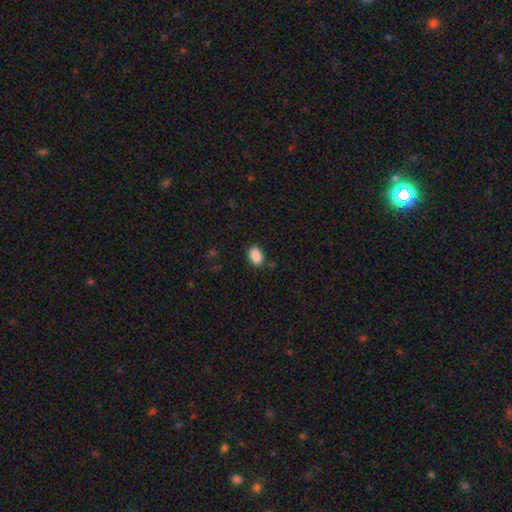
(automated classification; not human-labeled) smooth_or_featured: smooth (p=0.89) [alt: star or artifact p=0.08]
how_rounded: in between (p=0.86) [alt: round p=0.13]
merging: none (p=0.85) [alt: minor disturbance p=0.10]